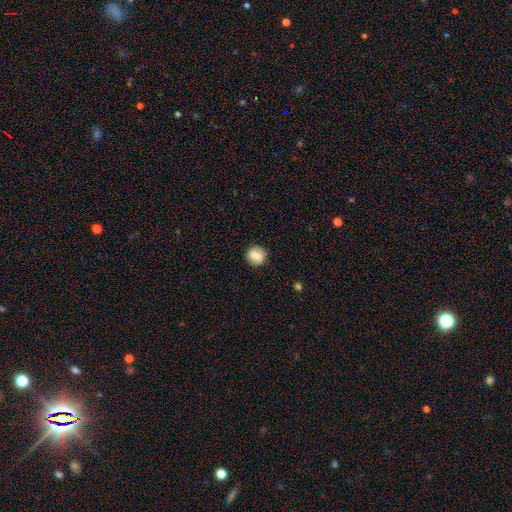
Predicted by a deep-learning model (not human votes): Q: Smooth or featured?
A: smooth (82%); runner-up: featured or disk (9%)
Q: How rounded?
A: round (90%); runner-up: in between (9%)
Q: Merging?
A: none (90%); runner-up: minor disturbance (7%)